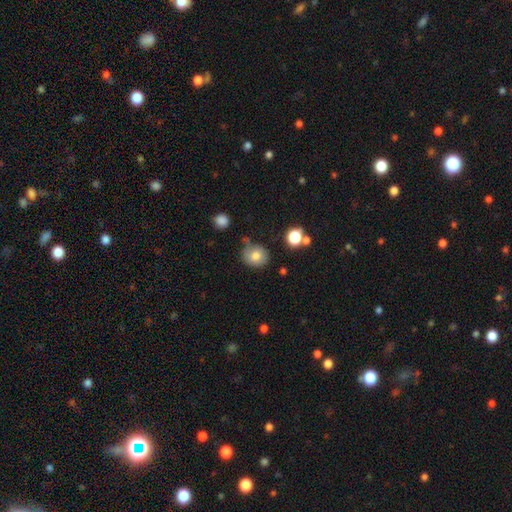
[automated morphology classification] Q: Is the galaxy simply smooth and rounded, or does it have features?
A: smooth — 77%.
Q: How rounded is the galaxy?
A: round — 75%.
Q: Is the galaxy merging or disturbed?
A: none — 63%.